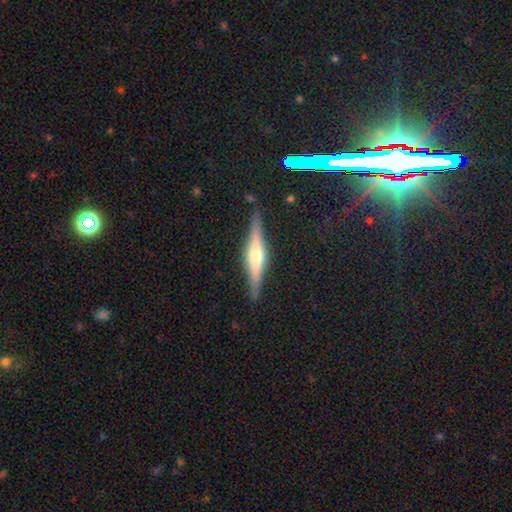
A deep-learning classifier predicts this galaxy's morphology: Smooth or featured: featured or disk — 72% (smooth — 21%)
Edge-on disk: yes — 97% (no — 3%)
Edge-on bulge: rounded — 87% (boxy — 8%)
Merging: none — 88% (minor disturbance — 9%)